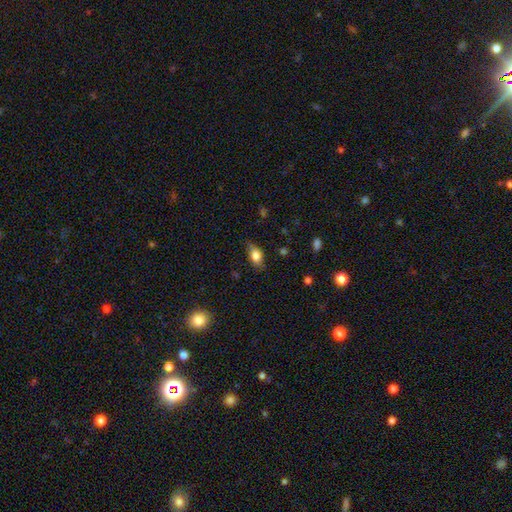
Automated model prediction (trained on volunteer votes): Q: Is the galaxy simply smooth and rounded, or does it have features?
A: smooth — 75%.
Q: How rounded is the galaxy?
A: in between — 81%.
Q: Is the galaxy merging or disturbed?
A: none — 73%.